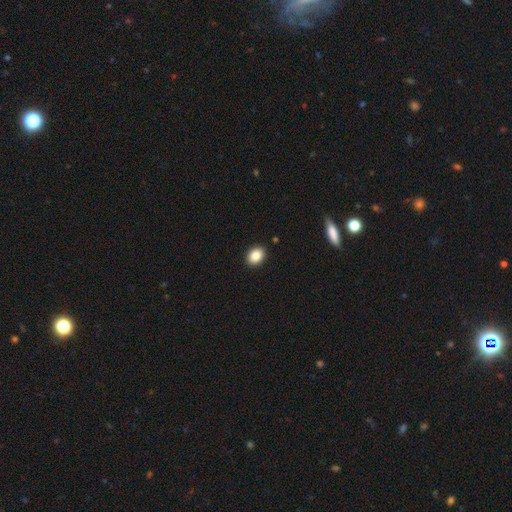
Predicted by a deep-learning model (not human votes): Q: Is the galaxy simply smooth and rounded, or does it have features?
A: smooth — 86%.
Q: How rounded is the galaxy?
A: in between — 63%.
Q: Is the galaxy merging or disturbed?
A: none — 91%.